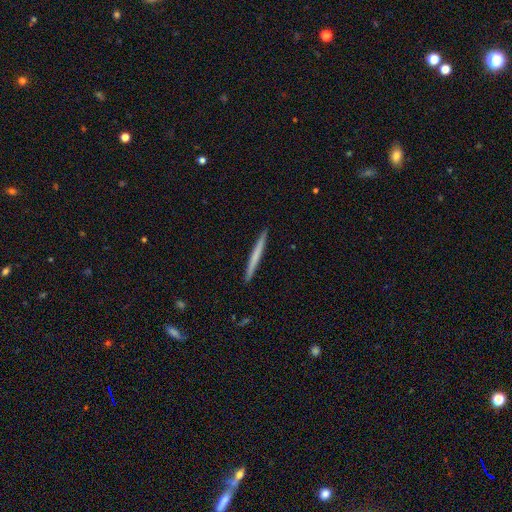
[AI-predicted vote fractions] Smooth or featured?
  - smooth: 58% *
  - featured or disk: 37%
  - star or artifact: 5%
How rounded?
  - cigar-shaped: 97% *
  - in between: 1%
  - round: 1%
Merging?
  - none: 93% *
  - minor disturbance: 5%
  - major disturbance: 1%
  - merger: 1%